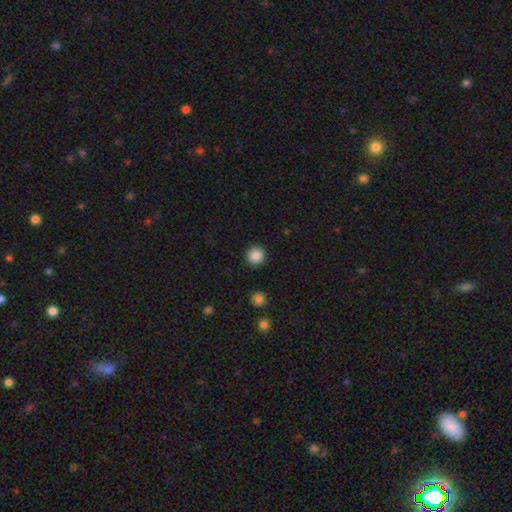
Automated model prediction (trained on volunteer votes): Smooth or featured?
  - smooth: 87% *
  - star or artifact: 10%
  - featured or disk: 3%
How rounded?
  - round: 95% *
  - in between: 4%
  - cigar-shaped: 1%
Merging?
  - none: 92% *
  - minor disturbance: 5%
  - major disturbance: 2%
  - merger: 1%